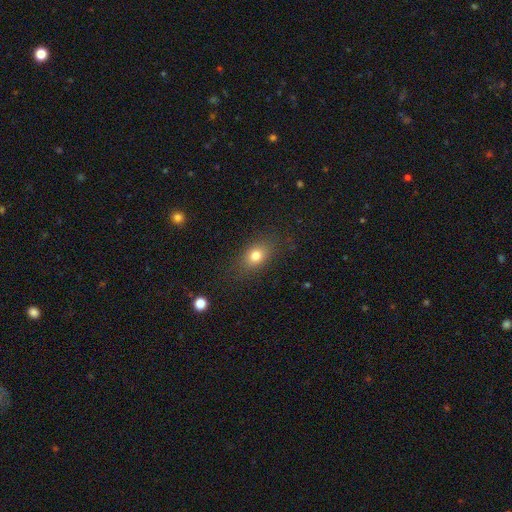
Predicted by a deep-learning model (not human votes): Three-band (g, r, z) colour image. It shows a smooth galaxy with no disk features (77%) that is in between round and cigar-shaped (68%). Merging: none (82%).